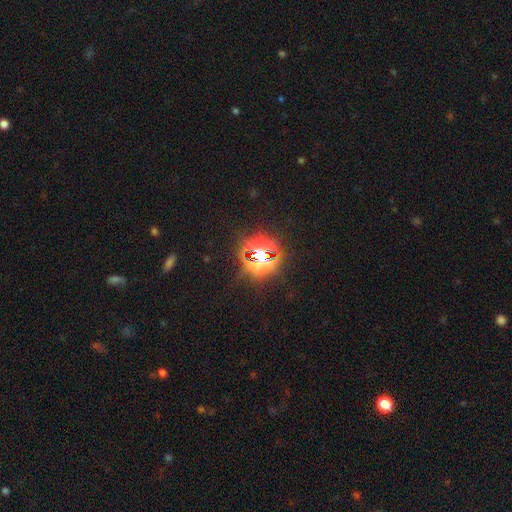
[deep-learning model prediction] Q: Smooth or featured?
A: star or artifact (74%); runner-up: smooth (15%)